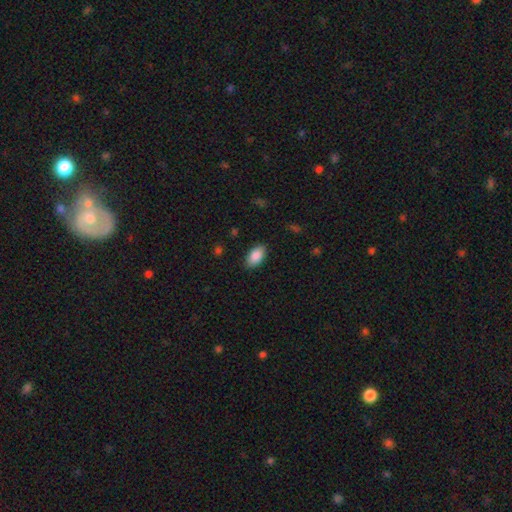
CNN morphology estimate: A smooth galaxy with no disk features (88%) that is in between round and cigar-shaped (94%). Merging: none (87%).